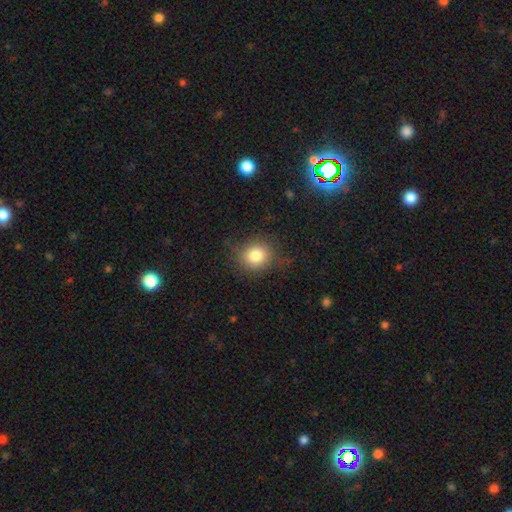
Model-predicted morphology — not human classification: smooth-or-featured: smooth: 82% | star or artifact: 10% | featured or disk: 8%
  how-rounded: round: 78% | in between: 21% | cigar-shaped: 1%
  merging: none: 78% | minor disturbance: 15% | major disturbance: 5% | merger: 1%